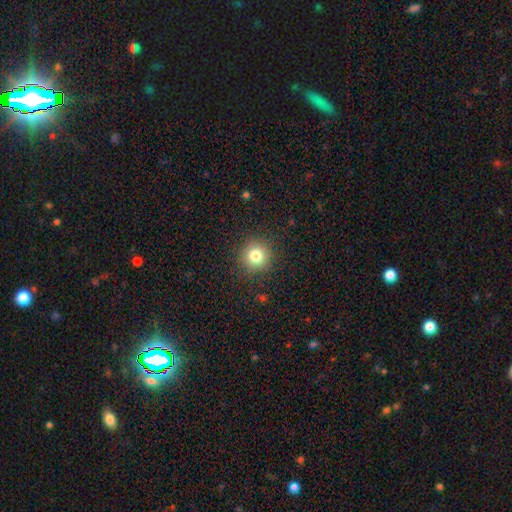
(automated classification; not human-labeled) Q: Smooth or featured?
A: smooth (81%); runner-up: star or artifact (12%)
Q: How rounded?
A: round (94%); runner-up: in between (5%)
Q: Merging?
A: none (90%); runner-up: minor disturbance (6%)